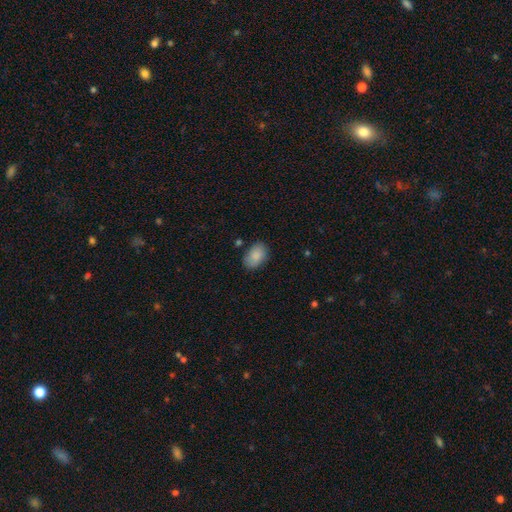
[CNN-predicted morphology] Smooth or featured? Predicted: smooth (p=0.86). How rounded? Predicted: in between (p=0.88). Merging? Predicted: none (p=0.78).